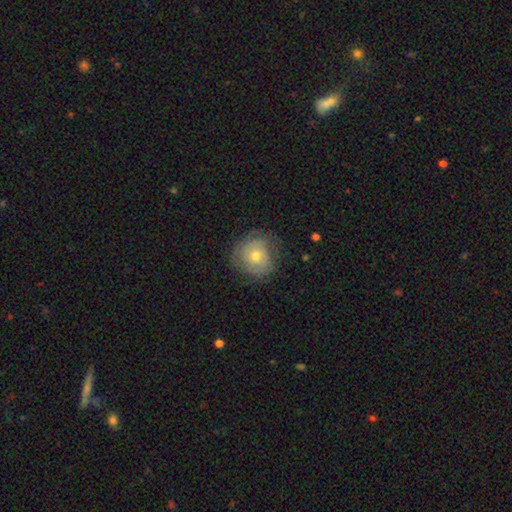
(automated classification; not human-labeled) This appears to be a smooth galaxy with no disk features (51%) that is round (88%). Merging: none (69%).